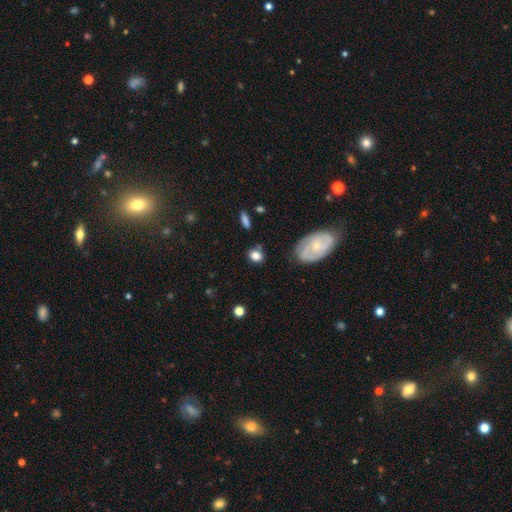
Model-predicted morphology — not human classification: Smooth or featured? Predicted: smooth (p=0.78). How rounded? Predicted: in between (p=0.50). Merging? Predicted: none (p=0.71).